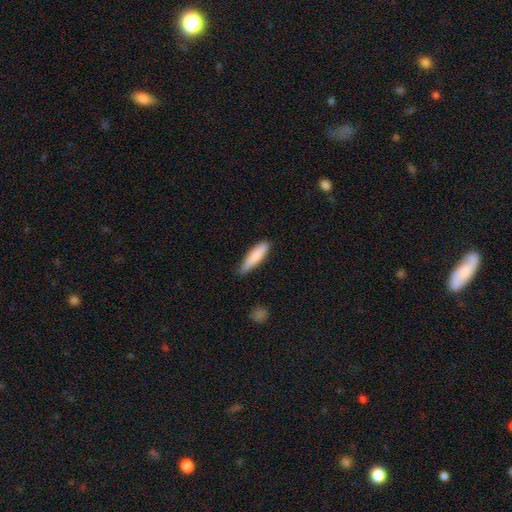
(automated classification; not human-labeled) A smooth galaxy with no disk features (85%) that is cigar-shaped (71%). Merging: none (72%).